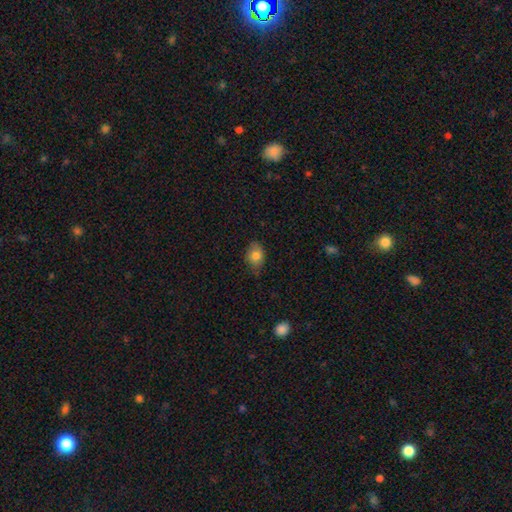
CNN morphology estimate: Smooth or featured? Predicted: smooth (p=0.81). How rounded? Predicted: in between (p=0.67). Merging? Predicted: none (p=0.70).